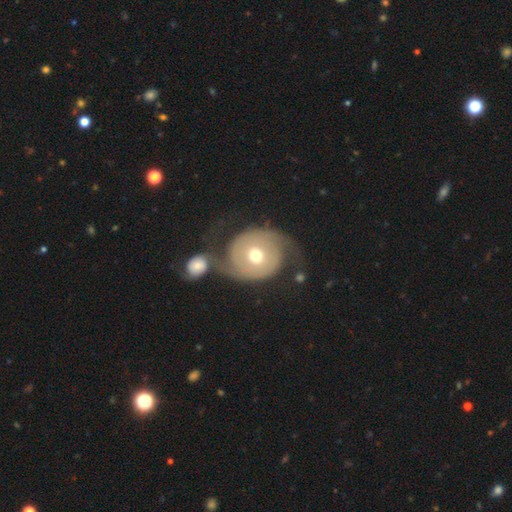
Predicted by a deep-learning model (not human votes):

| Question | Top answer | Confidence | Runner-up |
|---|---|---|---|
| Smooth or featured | featured or disk | 78% | smooth (17%) |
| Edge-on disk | no | 97% | yes (3%) |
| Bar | no | 71% | weak (22%) |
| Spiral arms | yes | 88% | no (12%) |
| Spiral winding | medium | 38% | tight (32%) |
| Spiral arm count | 2 | 89% | can't tell (4%) |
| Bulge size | moderate | 75% | small (15%) |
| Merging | none | 48% | merger (21%) |